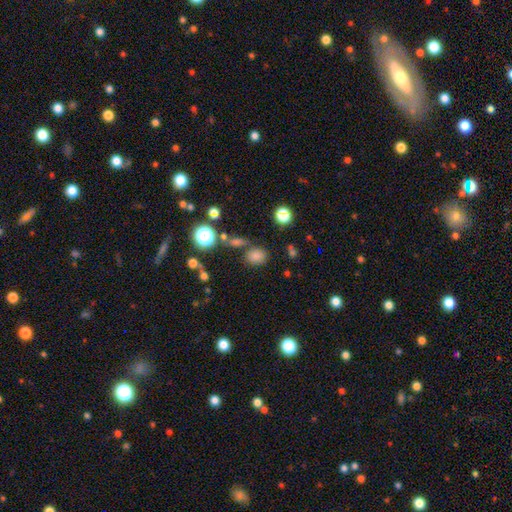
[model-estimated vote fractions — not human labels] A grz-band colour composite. It shows a smooth galaxy with no disk features (75%) that is round (54%). Merging: none (70%).